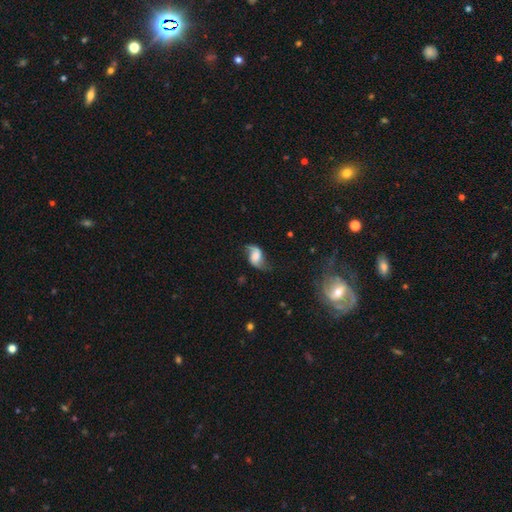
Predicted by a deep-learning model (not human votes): The model was most divided on "bulge size": large: 28%, none: 27%, moderate: 20%, small: 16%, dominant: 10%. More confident: edge-on disk — no (96%); spiral arms — yes (92%); spiral arm count — 2 (90%); spiral winding — loose (74%); smooth or featured — featured or disk (67%); merging — none (62%); bar — no (52%).